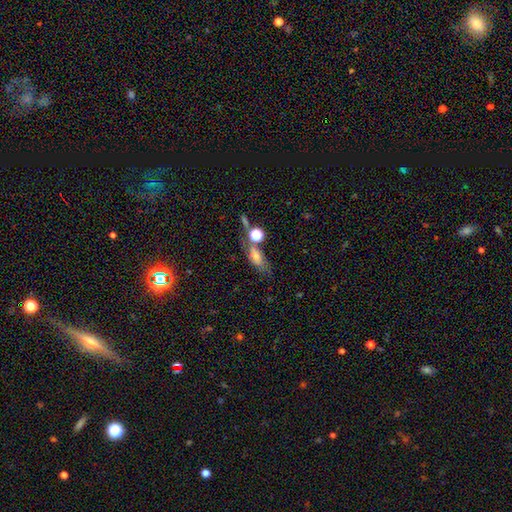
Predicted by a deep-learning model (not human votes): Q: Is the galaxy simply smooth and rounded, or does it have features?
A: smooth — 49%.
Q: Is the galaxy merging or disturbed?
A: none — 49%.